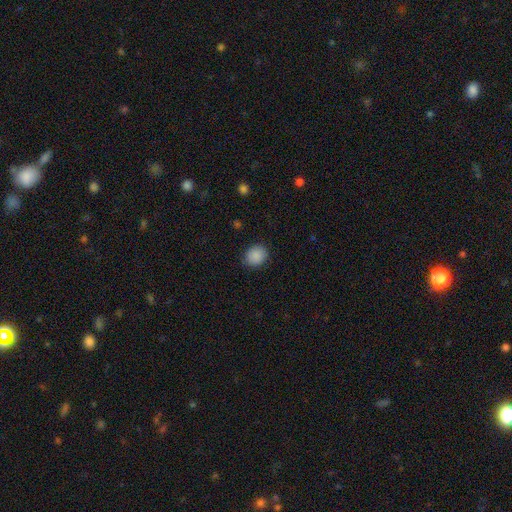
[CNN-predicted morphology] This appears to be a smooth galaxy with no disk features (89%) that is round (67%). Merging: none (86%).